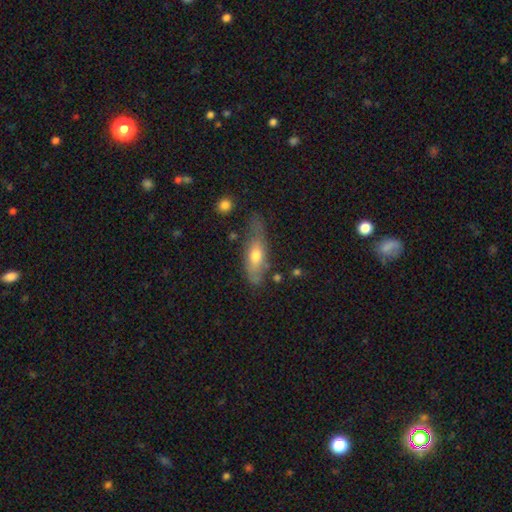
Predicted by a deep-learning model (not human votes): Smooth or featured: smooth — 58% (featured or disk — 35%)
How rounded: in between — 60% (cigar-shaped — 37%)
Merging: none — 53% (minor disturbance — 31%)